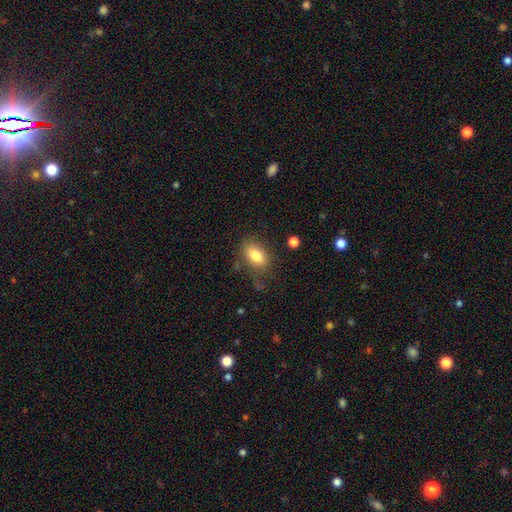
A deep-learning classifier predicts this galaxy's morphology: smooth-or-featured: smooth: 79% | featured or disk: 12% | star or artifact: 9%
  how-rounded: in between: 85% | round: 12% | cigar-shaped: 3%
  merging: none: 71% | minor disturbance: 19% | major disturbance: 7% | merger: 3%